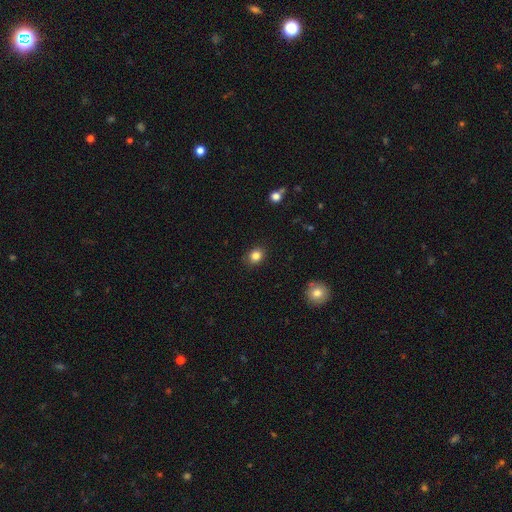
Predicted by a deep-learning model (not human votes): A smooth galaxy with no disk features (84%) that is round (59%).

Vote fractions:
- Smooth or featured? smooth: 84% / star or artifact: 11% / featured or disk: 5%
- How rounded? round: 59% / in between: 40% / cigar-shaped: 1%
- Merging? none: 87% / minor disturbance: 10% / major disturbance: 2% / merger: 1%